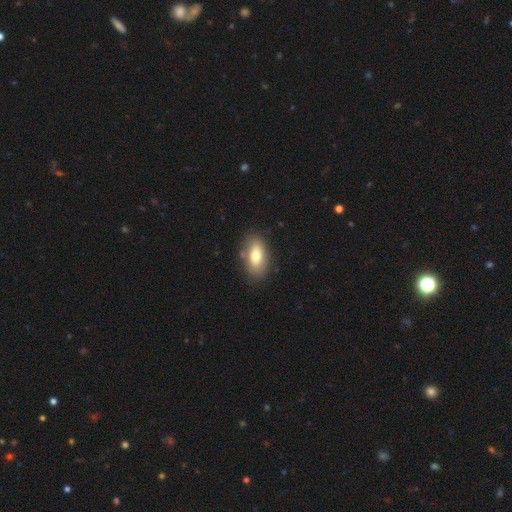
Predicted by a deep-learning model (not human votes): Q: Smooth or featured?
A: smooth (71%); runner-up: featured or disk (22%)
Q: How rounded?
A: in between (89%); runner-up: round (5%)
Q: Merging?
A: none (80%); runner-up: minor disturbance (13%)